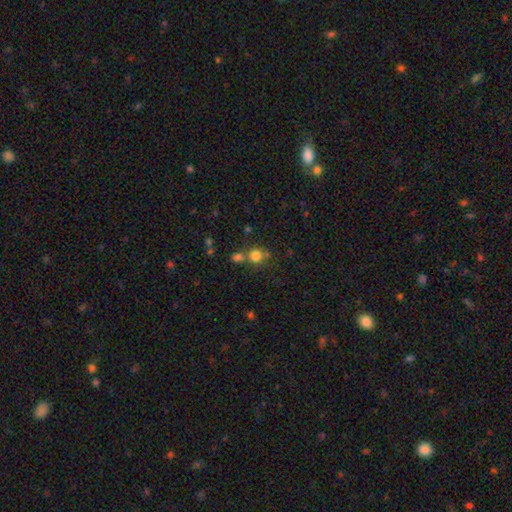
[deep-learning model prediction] This is likely a smooth galaxy (77%). How rounded: clearly round (87%). Merging: possibly none (54%).